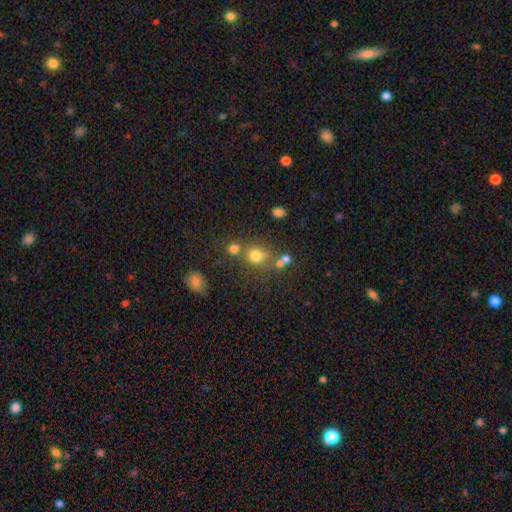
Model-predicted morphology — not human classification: This is likely a smooth galaxy (72%). How rounded: likely round (77%). Merging: possibly none (54%).